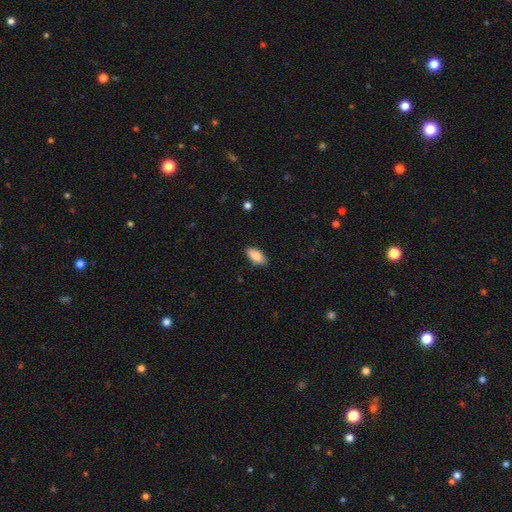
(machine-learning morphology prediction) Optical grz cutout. It shows a smooth galaxy with no disk features (89%) that is in between round and cigar-shaped (92%). Merging: none (86%).